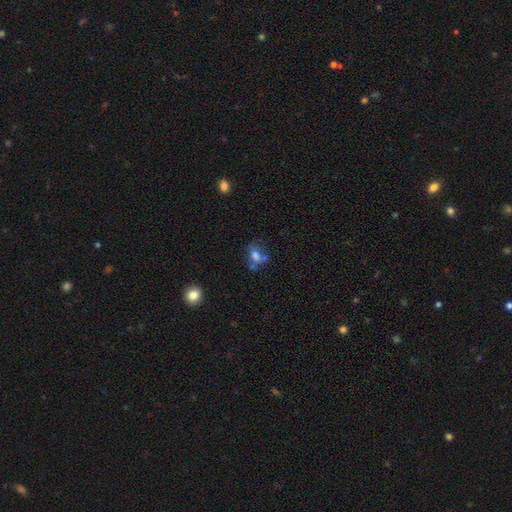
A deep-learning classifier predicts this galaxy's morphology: Overall: smooth (65%). How rounded: in between (68%; round 30%). Merging: none (38%; merger 29%).